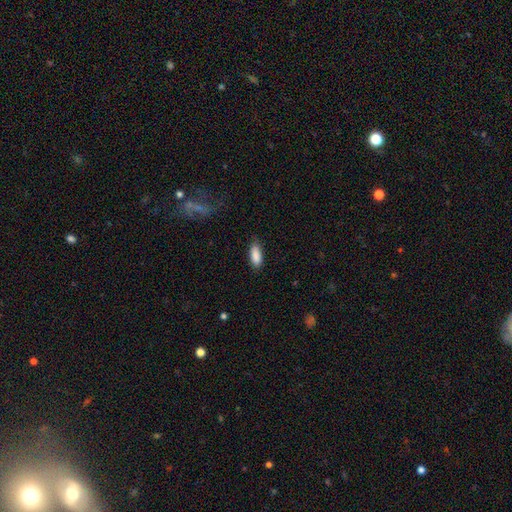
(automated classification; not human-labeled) This appears to be a smooth galaxy with no disk features (89%) that is in between round and cigar-shaped (76%). Merging: none (78%).